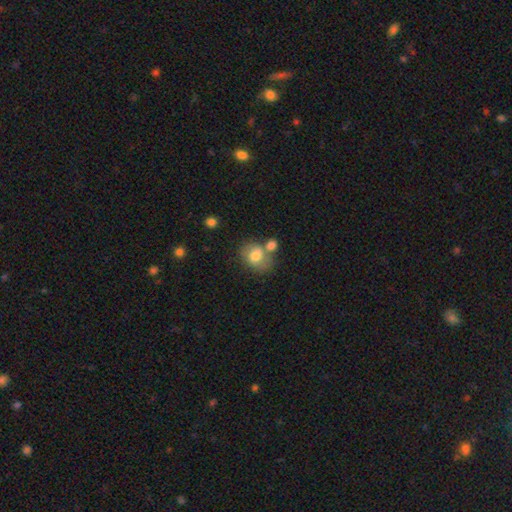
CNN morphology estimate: A smooth galaxy with no disk features (69%) that is round (55%).

Vote fractions:
- Smooth or featured? smooth: 69% / featured or disk: 22% / star or artifact: 9%
- How rounded? round: 55% / in between: 45% / cigar-shaped: 1%
- Merging? none: 46% / merger: 30% / minor disturbance: 17% / major disturbance: 7%